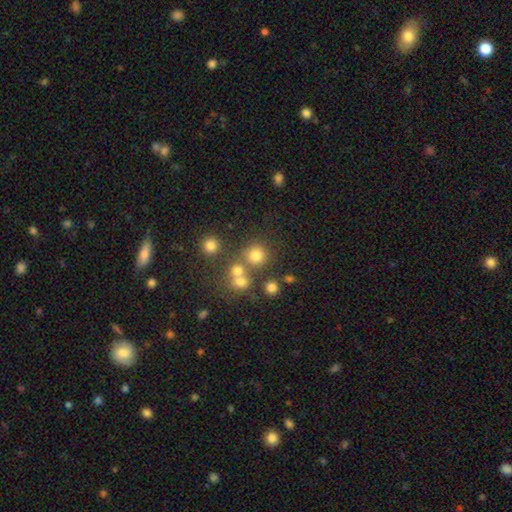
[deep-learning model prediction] Morphology: type=smooth (73%); roundness=round (90%); merging=none (67%).